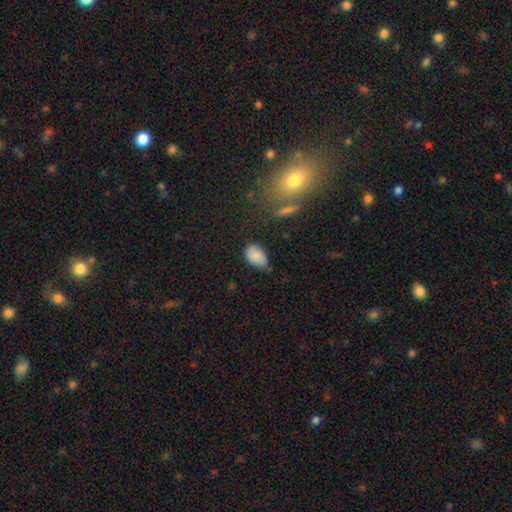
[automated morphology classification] Q: Smooth or featured?
A: smooth (81%); runner-up: featured or disk (10%)
Q: How rounded?
A: in between (87%); runner-up: round (12%)
Q: Merging?
A: none (53%); runner-up: minor disturbance (36%)